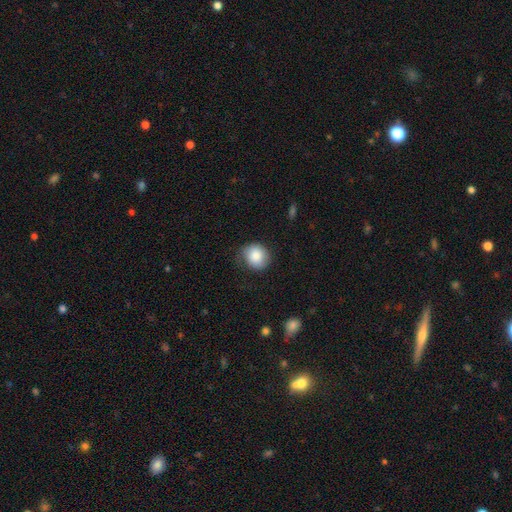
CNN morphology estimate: Smooth or featured? Predicted: smooth (p=0.84). How rounded? Predicted: round (p=0.79). Merging? Predicted: none (p=0.69).